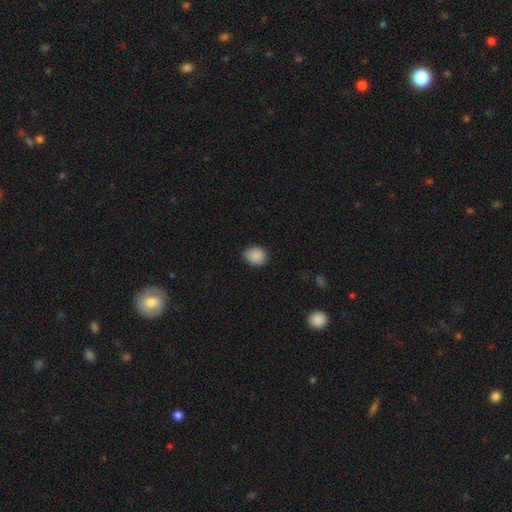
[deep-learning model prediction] Overall: smooth (89%). How rounded: round (54%; in between 45%). Merging: none (81%).